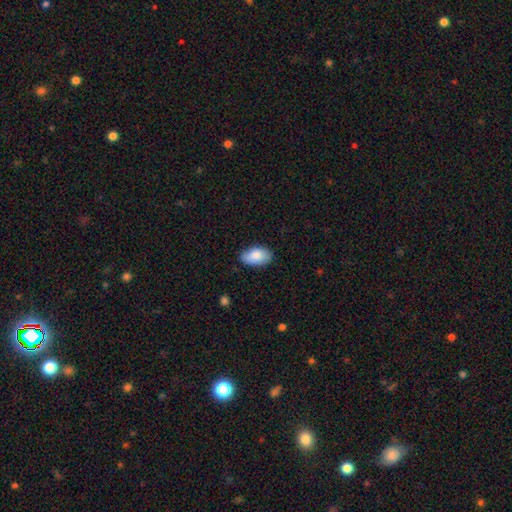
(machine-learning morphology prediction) type=smooth (85%); roundness=in between (94%); merging=none (78%).